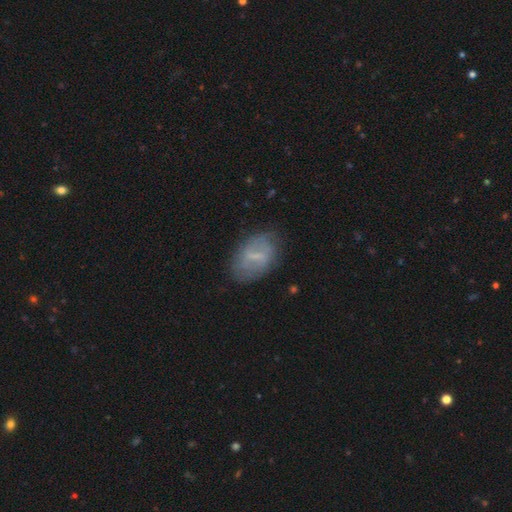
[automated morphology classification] smooth-or-featured: featured or disk: 50% | smooth: 41% | star or artifact: 9%
  disk-edge-on: no: 92% | yes: 8%
  merging: none: 72% | minor disturbance: 19% | major disturbance: 7% | merger: 2%